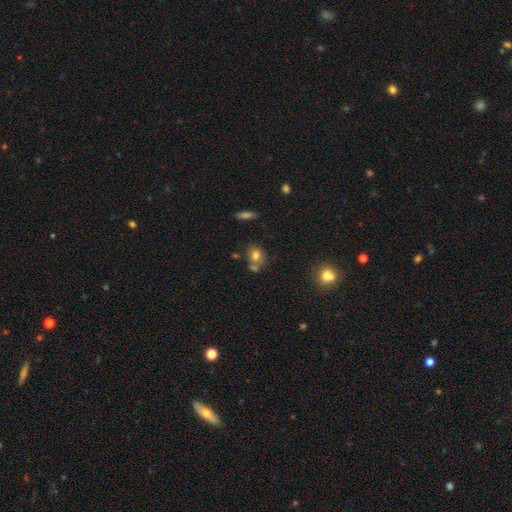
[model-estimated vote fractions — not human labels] This appears to be a smooth galaxy with no disk features (74%) that is in between round and cigar-shaped (51%). Merging: none (53%).